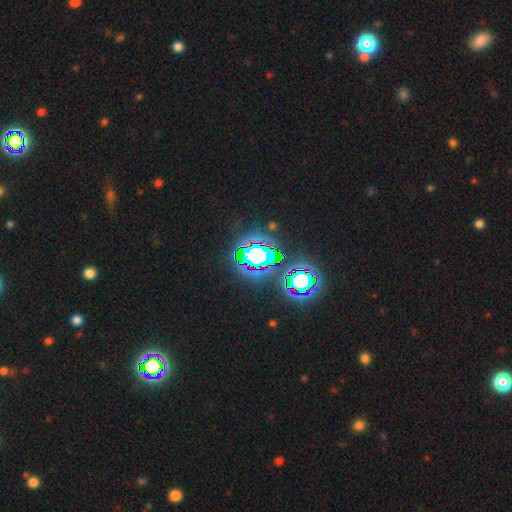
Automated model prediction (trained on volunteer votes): smooth_or_featured: star or artifact (p=0.80) [alt: smooth p=0.12]